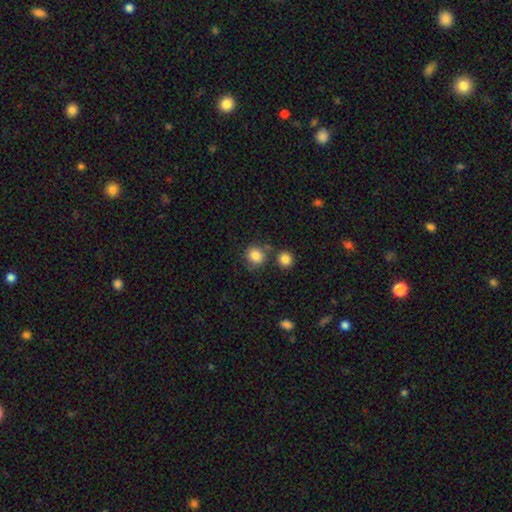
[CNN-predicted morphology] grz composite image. It shows a smooth galaxy with no disk features (83%) that is round (82%). Merging: none (68%).